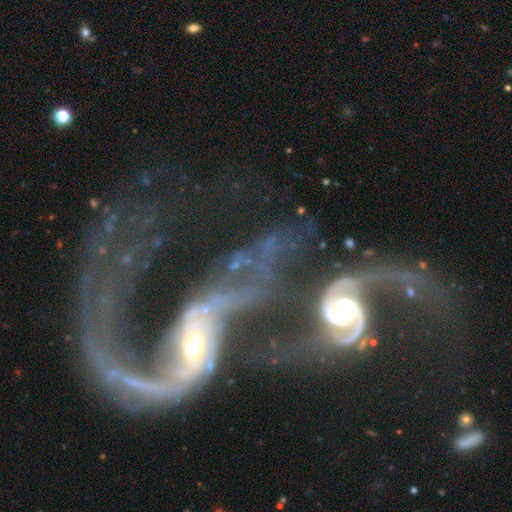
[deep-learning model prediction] Smooth or featured: featured or disk — 85% (star or artifact — 8%)
Edge-on disk: no — 96% (yes — 4%)
Bar: no — 48% (weak — 31%)
Spiral arms: yes — 87% (no — 13%)
Spiral winding: loose — 76% (medium — 19%)
Spiral arm count: 2 — 66% (1 — 18%)
Bulge size: moderate — 48% (small — 36%)
Merging: merger — 64% (major disturbance — 22%)